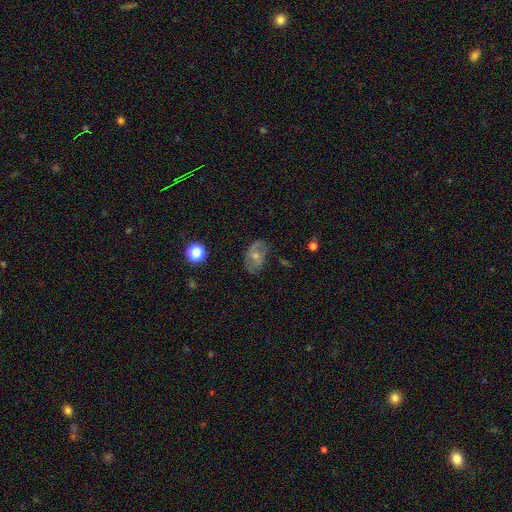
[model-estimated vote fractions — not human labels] Morphology: type=featured or disk (52%); edge-on=no (95%); merging=none (61%).